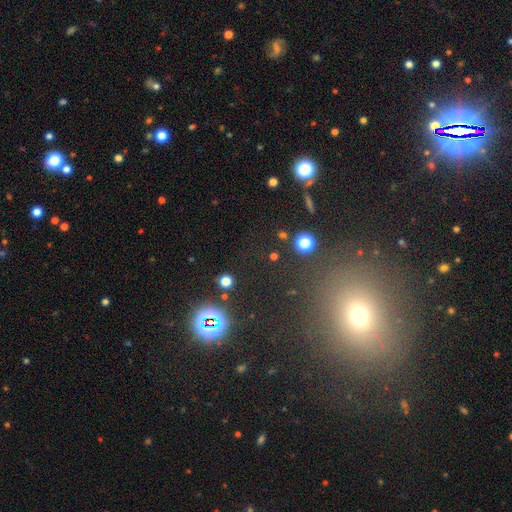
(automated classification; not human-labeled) This is possibly a star or artifact rather than a galaxy (59%).